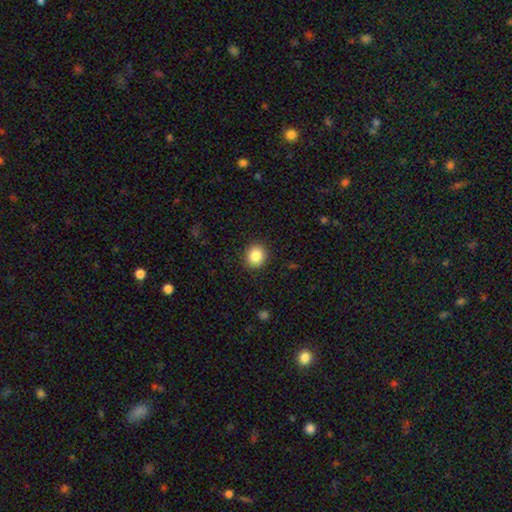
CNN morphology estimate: Q: Smooth or featured?
A: smooth (86%); runner-up: star or artifact (9%)
Q: How rounded?
A: round (80%); runner-up: in between (19%)
Q: Merging?
A: none (90%); runner-up: minor disturbance (6%)